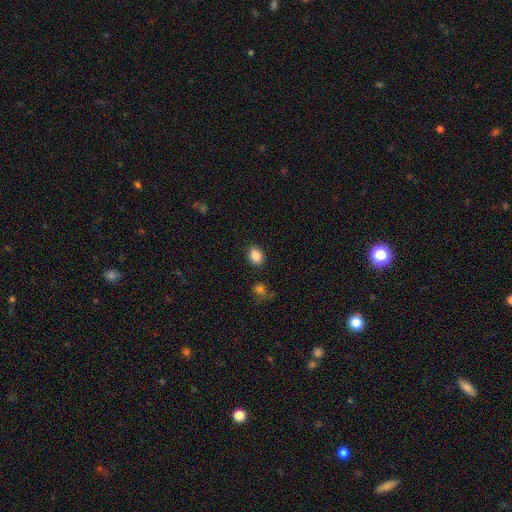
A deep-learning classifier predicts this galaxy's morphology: Smooth or featured? Predicted: smooth (p=0.86). How rounded? Predicted: in between (p=0.68). Merging? Predicted: none (p=0.85).